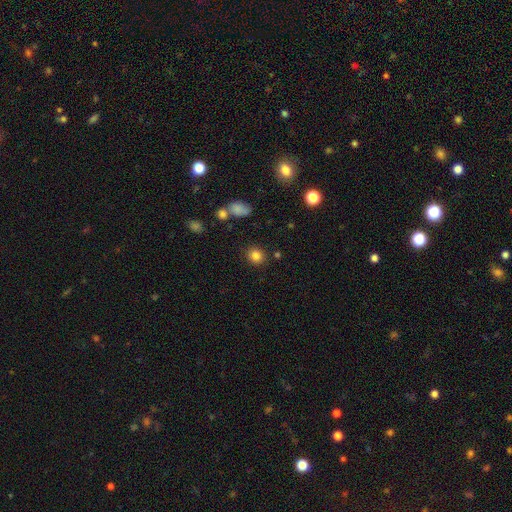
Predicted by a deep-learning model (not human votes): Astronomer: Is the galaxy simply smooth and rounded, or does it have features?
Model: smooth — 83%.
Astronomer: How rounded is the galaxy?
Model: round — 80%.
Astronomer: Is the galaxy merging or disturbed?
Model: none — 86%.